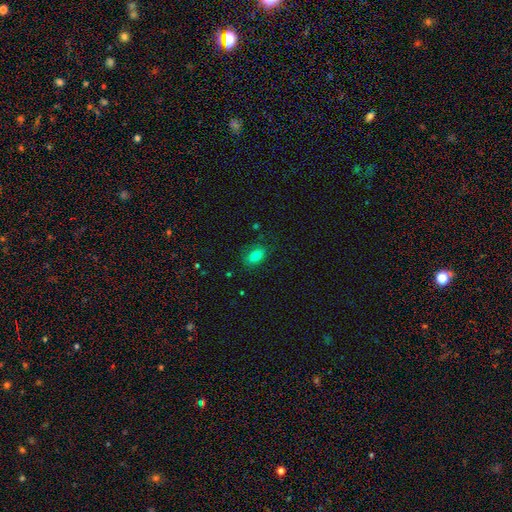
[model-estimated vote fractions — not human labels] Smooth or featured? smooth (80%)
How rounded? in between (84%)
Merging? none (78%)